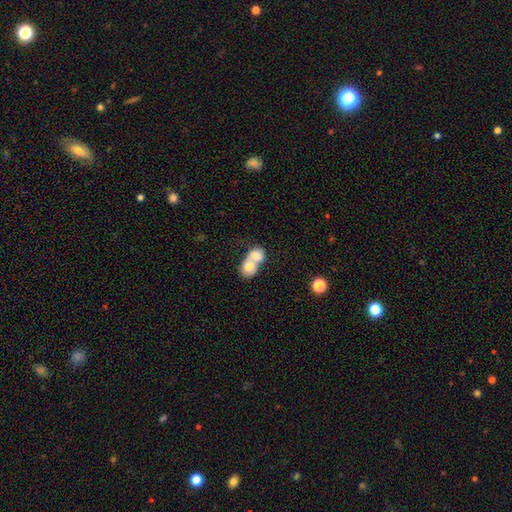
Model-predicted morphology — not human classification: This appears to be a smooth galaxy with no disk features (67%) that is in between round and cigar-shaped (52%). Merging: merger (82%).